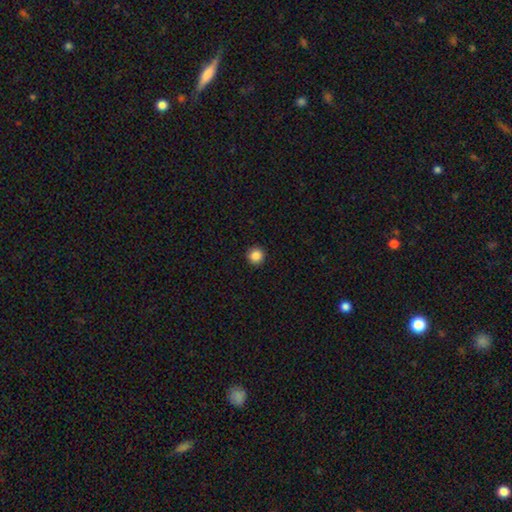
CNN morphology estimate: smooth_or_featured: smooth (p=0.87) [alt: star or artifact p=0.10]
how_rounded: round (p=0.96) [alt: in between p=0.03]
merging: none (p=0.94) [alt: minor disturbance p=0.04]